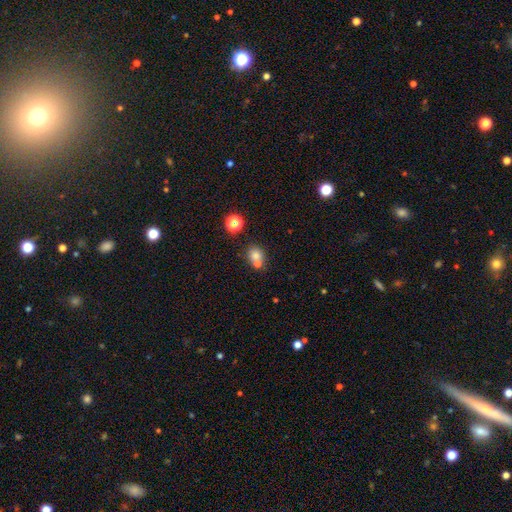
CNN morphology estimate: smooth_or_featured: smooth (p=0.73) [alt: star or artifact p=0.16]
how_rounded: round (p=0.80) [alt: in between p=0.19]
merging: none (p=0.49) [alt: merger p=0.40]